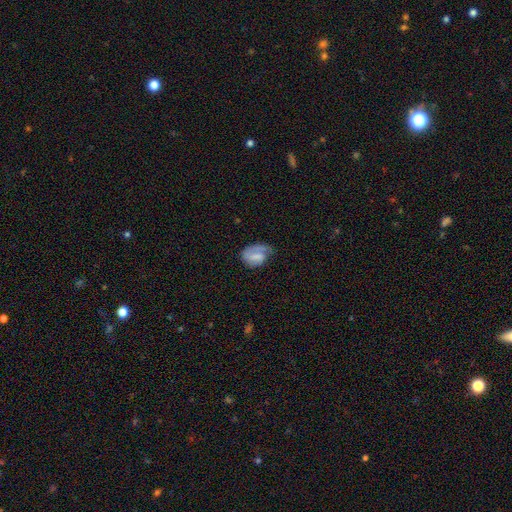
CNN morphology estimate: This appears to be a featured or disk galaxy (49%). Merging: none (41%).